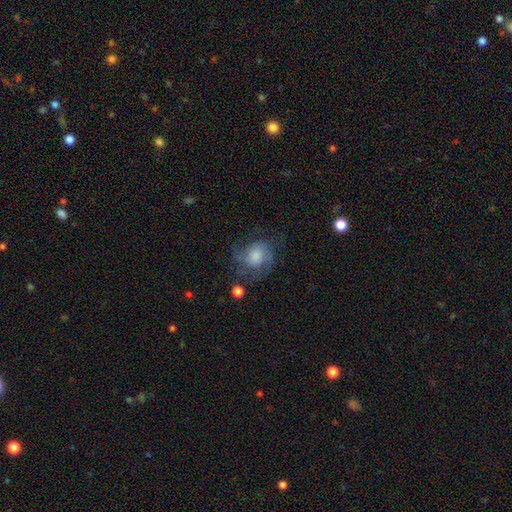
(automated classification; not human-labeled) featured or disk 63%, smooth 27%, star or artifact 10%. Down the decision tree: edge-on disk — no (98%); bar — no (71%); spiral arms — yes (90%); spiral arm count — 2 (37%); spiral winding — medium (46%); bulge size — moderate (38%); merging — none (65%).